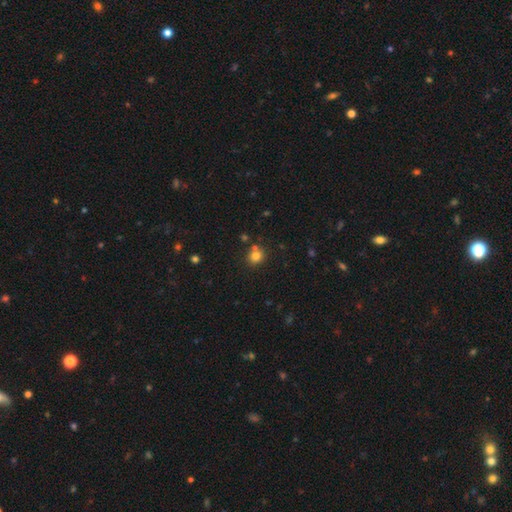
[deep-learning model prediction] The model was most divided on "merging": none: 72%, merger: 16%, minor disturbance: 10%, major disturbance: 3%. More confident: how rounded — round (82%); smooth or featured — smooth (79%).